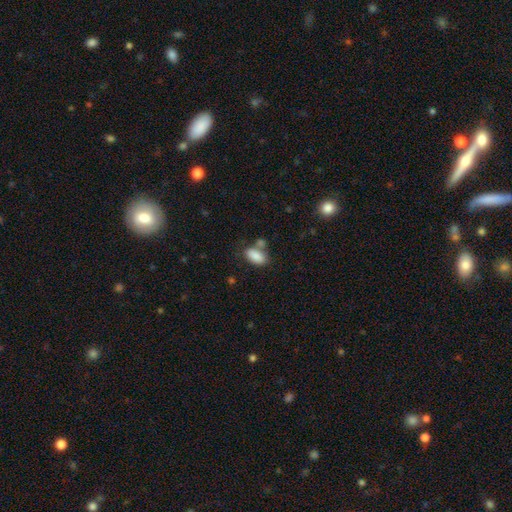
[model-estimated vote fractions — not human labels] A smooth galaxy with no disk features (86%) that is in between round and cigar-shaped (92%).

Vote fractions:
- Smooth or featured? smooth: 86% / star or artifact: 8% / featured or disk: 6%
- How rounded? in between: 92% / round: 5% / cigar-shaped: 3%
- Merging? none: 57% / merger: 22% / minor disturbance: 16% / major disturbance: 6%